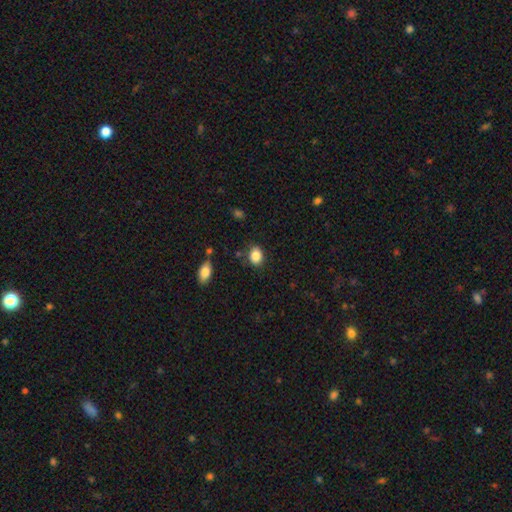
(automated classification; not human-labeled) Smooth or featured? Predicted: smooth (p=0.86). How rounded? Predicted: in between (p=0.63). Merging? Predicted: none (p=0.79).